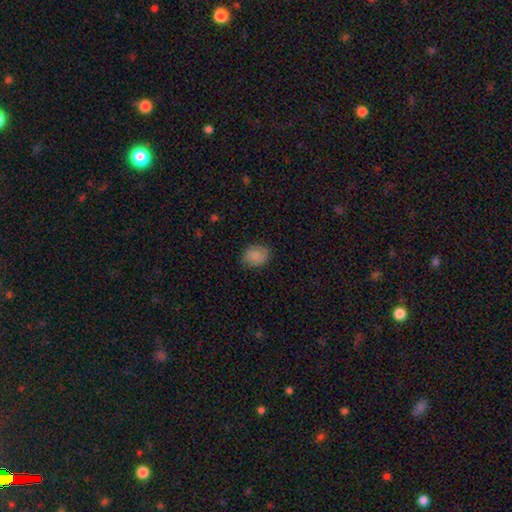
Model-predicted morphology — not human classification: This is clearly a smooth galaxy (87%). How rounded: likely in between (63%). Merging: clearly none (84%).